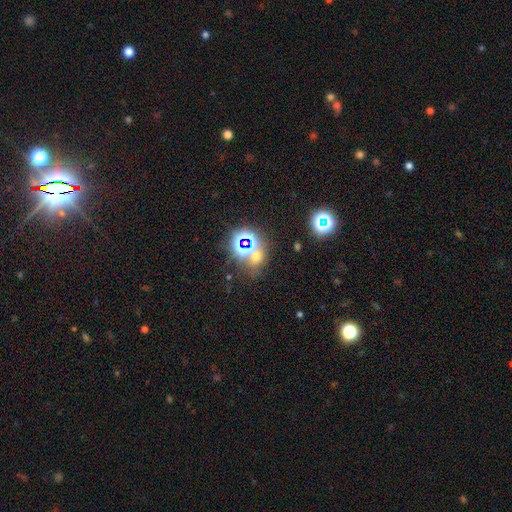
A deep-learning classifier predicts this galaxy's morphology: This appears to be a star or artifact, not a galaxy (51%).